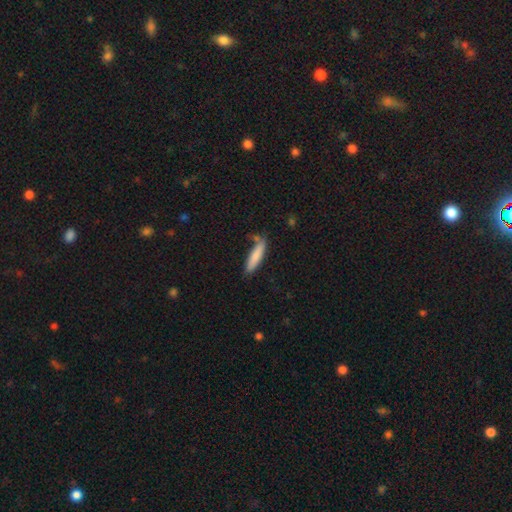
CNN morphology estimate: Smooth or featured?
  - smooth: 79% *
  - featured or disk: 15%
  - star or artifact: 6%
How rounded?
  - cigar-shaped: 80% *
  - in between: 18%
  - round: 1%
Merging?
  - none: 64% *
  - minor disturbance: 22%
  - merger: 8%
  - major disturbance: 6%